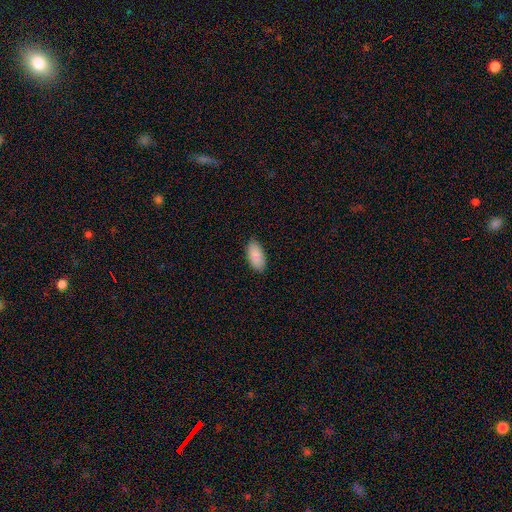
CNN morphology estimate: smooth 90%, star or artifact 6%, featured or disk 4%. Down the decision tree: how rounded — in between (94%); merging — none (87%).